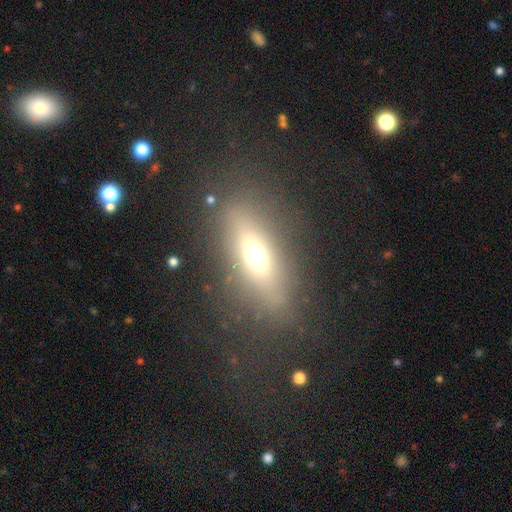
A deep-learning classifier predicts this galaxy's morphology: Smooth or featured: smooth — 52% (featured or disk — 35%)
How rounded: in between — 53% (cigar-shaped — 42%)
Merging: none — 76% (minor disturbance — 13%)